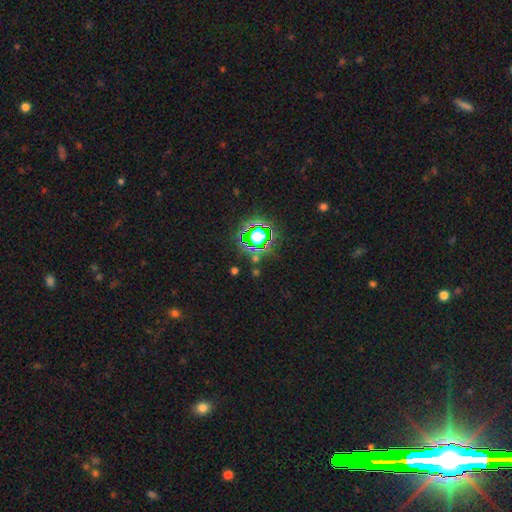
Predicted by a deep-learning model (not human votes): star or artifact 76%, smooth 16%, featured or disk 8%.